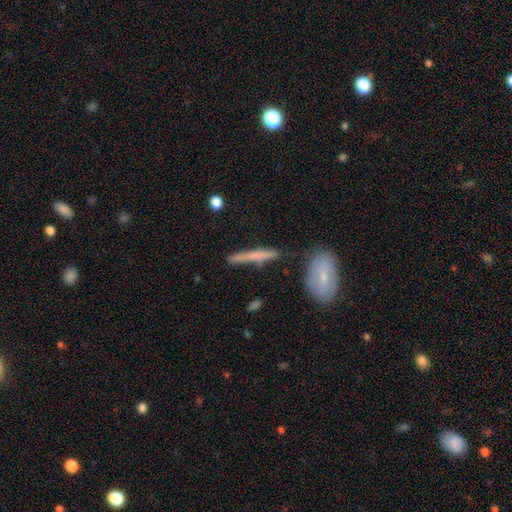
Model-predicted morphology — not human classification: The model was most divided on "smooth or featured": smooth: 51%, featured or disk: 43%, star or artifact: 7%. More confident: how rounded — cigar-shaped (91%); merging — none (79%).